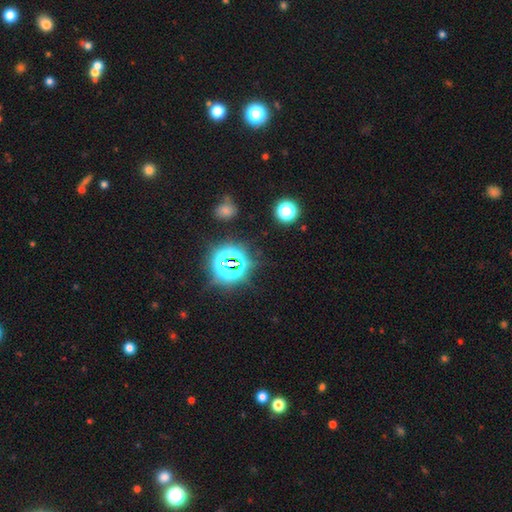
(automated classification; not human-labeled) Smooth or featured? Predicted: star or artifact (p=0.81).